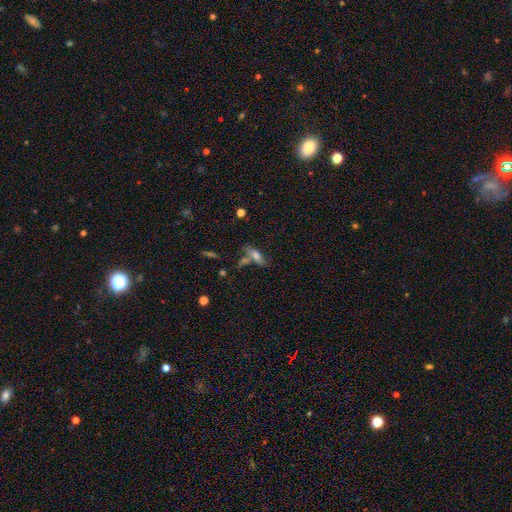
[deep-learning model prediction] A smooth galaxy with no disk features (61%) that is in between round and cigar-shaped (61%).

Vote fractions:
- Smooth or featured? smooth: 61% / featured or disk: 28% / star or artifact: 11%
- How rounded? in between: 61% / cigar-shaped: 35% / round: 4%
- Merging? none: 44% / merger: 31% / minor disturbance: 16% / major disturbance: 9%